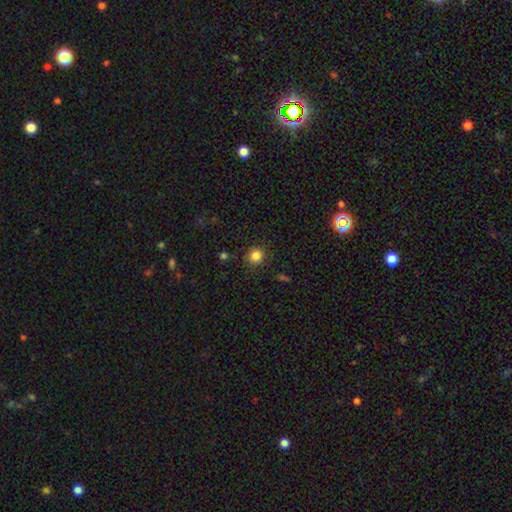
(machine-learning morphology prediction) A smooth galaxy with no disk features (84%) that is round (88%). Merging: none (84%).